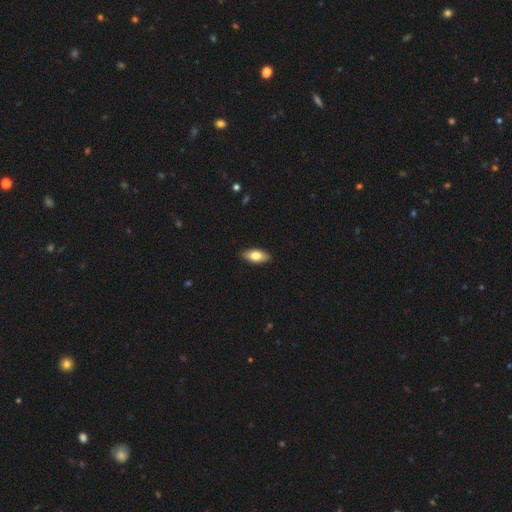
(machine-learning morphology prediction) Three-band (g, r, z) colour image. It shows a smooth galaxy with no disk features (77%) that is in between round and cigar-shaped (88%). Merging: none (89%).